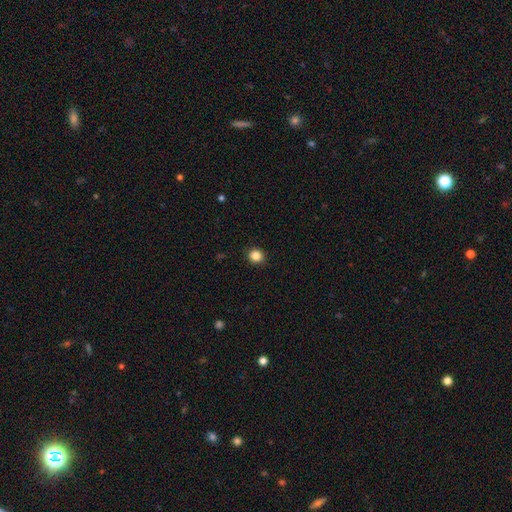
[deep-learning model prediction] Smooth or featured: smooth — 86% (star or artifact — 11%)
How rounded: round — 87% (in between — 12%)
Merging: none — 92% (minor disturbance — 5%)